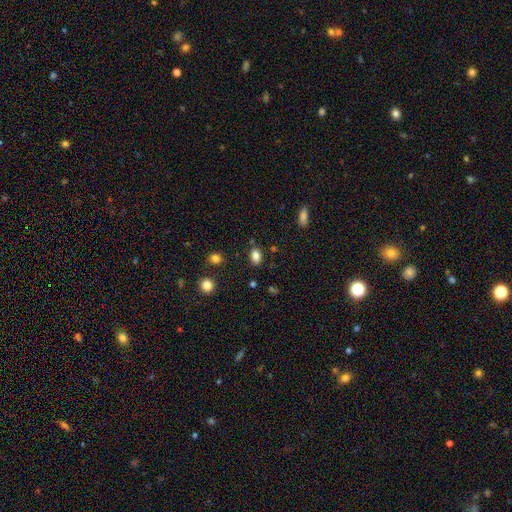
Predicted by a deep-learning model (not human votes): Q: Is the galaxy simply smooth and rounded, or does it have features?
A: smooth — 84%.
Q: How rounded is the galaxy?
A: in between — 81%.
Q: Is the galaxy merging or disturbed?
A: none — 82%.